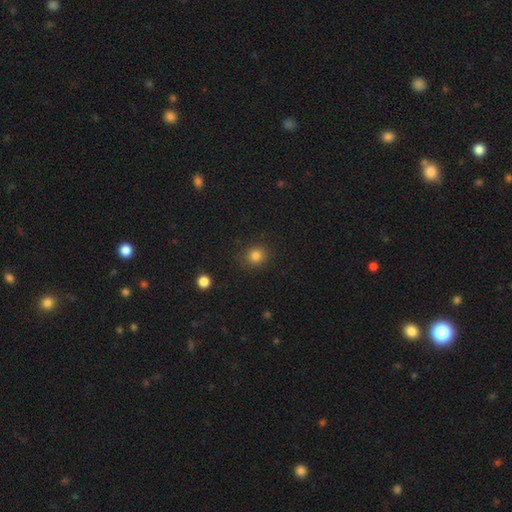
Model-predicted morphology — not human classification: Smooth or featured?
  - smooth: 83% *
  - star or artifact: 12%
  - featured or disk: 5%
How rounded?
  - round: 86% *
  - in between: 13%
  - cigar-shaped: 1%
Merging?
  - none: 87% *
  - minor disturbance: 9%
  - major disturbance: 3%
  - merger: 1%